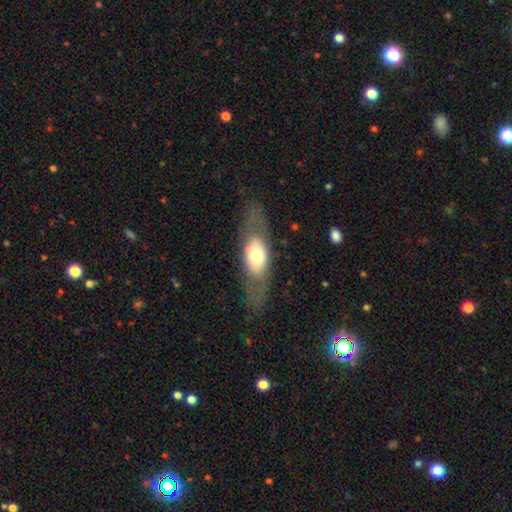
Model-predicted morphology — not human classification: A smooth galaxy with no disk features (50%) that is in between round and cigar-shaped (72%).

Vote fractions:
- Smooth or featured? smooth: 50% / featured or disk: 43% / star or artifact: 7%
- How rounded? in between: 72% / cigar-shaped: 22% / round: 6%
- Merging? none: 70% / minor disturbance: 17% / major disturbance: 12% / merger: 1%